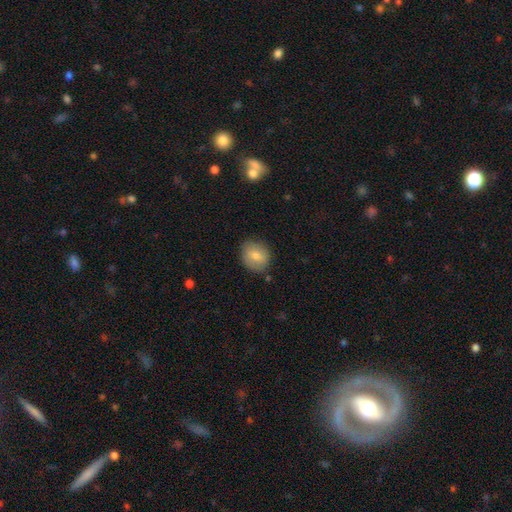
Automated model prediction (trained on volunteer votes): A smooth galaxy with no disk features (78%) that is round (63%).

Vote fractions:
- Smooth or featured? smooth: 78% / featured or disk: 15% / star or artifact: 7%
- How rounded? round: 63% / in between: 36% / cigar-shaped: 1%
- Merging? none: 82% / minor disturbance: 13% / major disturbance: 3% / merger: 2%